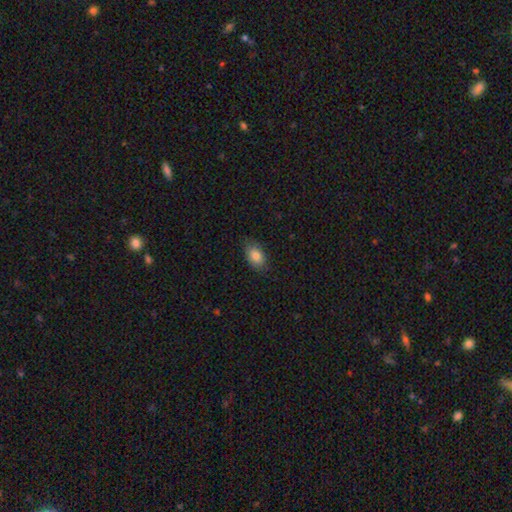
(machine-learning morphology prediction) The model was most divided on "merging": none: 81%, minor disturbance: 15%, major disturbance: 3%, merger: 1%. More confident: how rounded — in between (90%); smooth or featured — smooth (84%).